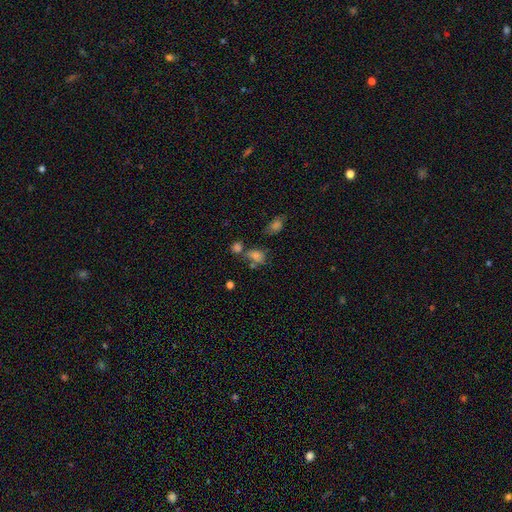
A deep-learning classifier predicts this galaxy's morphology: Q: Smooth or featured?
A: smooth (61%); runner-up: star or artifact (25%)
Q: How rounded?
A: in between (55%); runner-up: round (43%)
Q: Merging?
A: none (46%); runner-up: merger (28%)